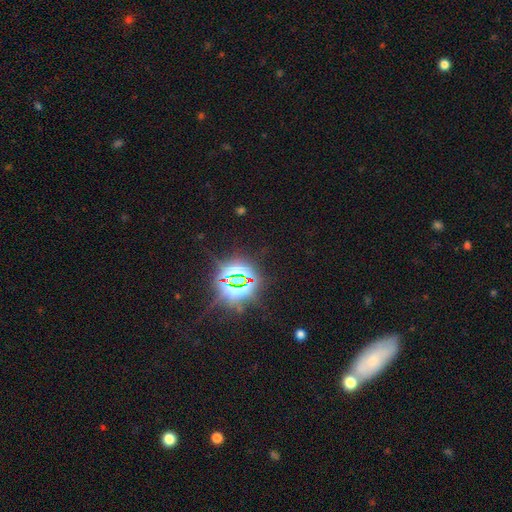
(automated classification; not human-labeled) Smooth or featured? star or artifact (80%)